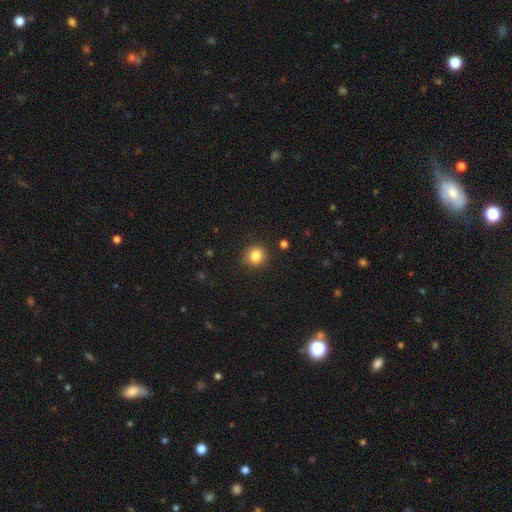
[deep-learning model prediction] A smooth galaxy with no disk features (84%) that is round (86%). Merging: none (87%).